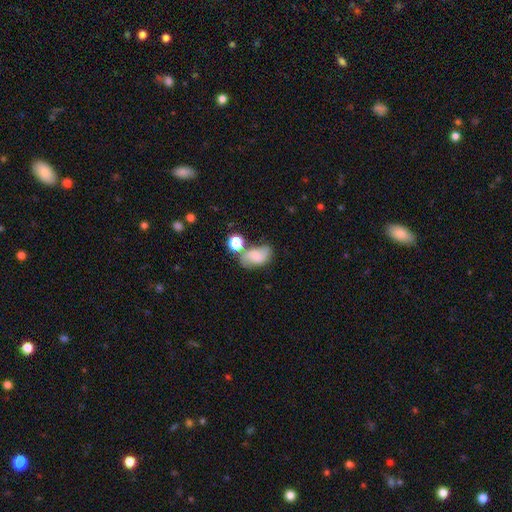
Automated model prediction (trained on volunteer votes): smooth-or-featured: smooth: 58% | featured or disk: 30% | star or artifact: 12%
  how-rounded: in between: 83% | round: 15% | cigar-shaped: 2%
  merging: none: 36% | merger: 26% | minor disturbance: 24% | major disturbance: 14%